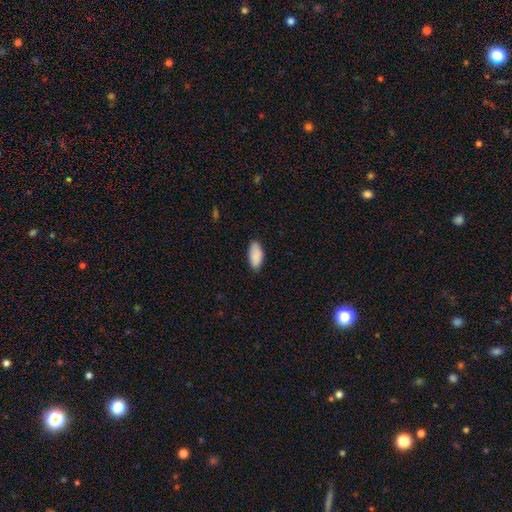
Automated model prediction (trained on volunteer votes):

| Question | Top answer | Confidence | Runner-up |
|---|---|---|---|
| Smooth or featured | smooth | 91% | star or artifact (6%) |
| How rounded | in between | 92% | cigar-shaped (6%) |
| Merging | none | 85% | minor disturbance (12%) |